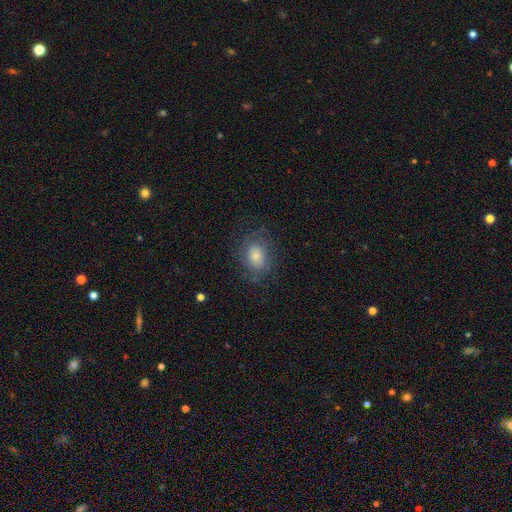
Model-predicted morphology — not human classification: smooth-or-featured: smooth: 69% | featured or disk: 20% | star or artifact: 11%
  how-rounded: in between: 64% | round: 35% | cigar-shaped: 1%
  merging: none: 72% | minor disturbance: 18% | major disturbance: 9% | merger: 1%